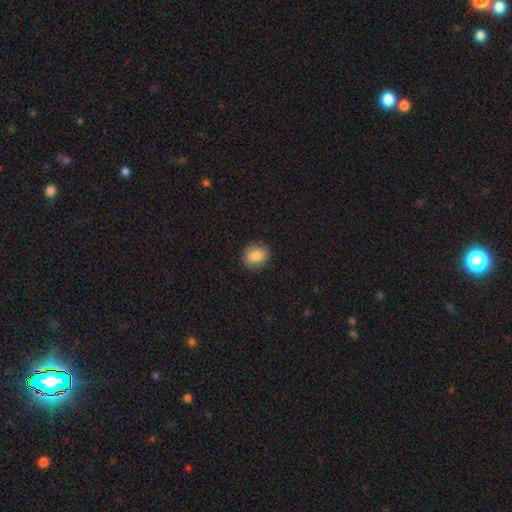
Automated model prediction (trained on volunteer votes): This is clearly a smooth galaxy (83%). How rounded: clearly round (82%). Merging: clearly none (90%).